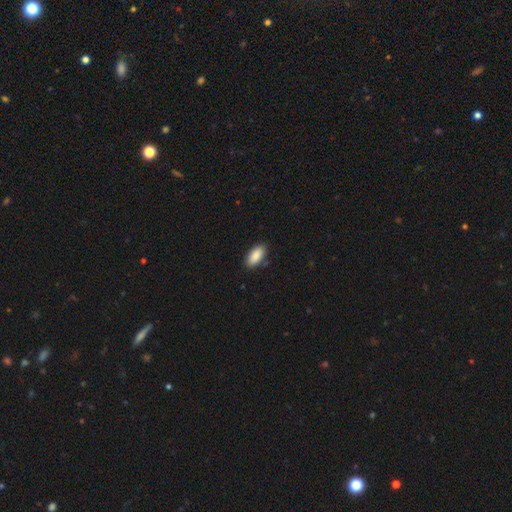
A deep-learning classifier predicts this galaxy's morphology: This appears to be a smooth galaxy with no disk features (89%) that is in between round and cigar-shaped (90%). Merging: none (87%).